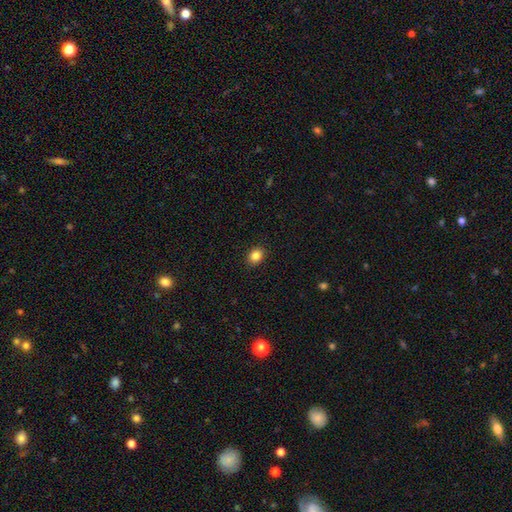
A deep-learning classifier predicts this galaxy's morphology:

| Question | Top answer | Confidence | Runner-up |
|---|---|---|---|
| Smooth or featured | smooth | 86% | star or artifact (10%) |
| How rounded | in between | 52% | round (47%) |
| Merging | none | 90% | minor disturbance (7%) |